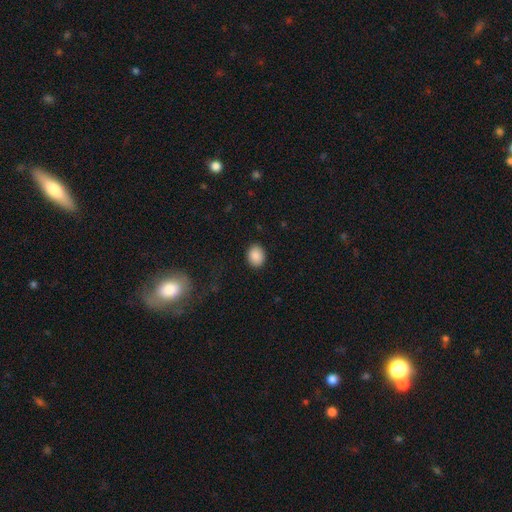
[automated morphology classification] A smooth galaxy with no disk features (88%) that is round (50%). Merging: none (89%).